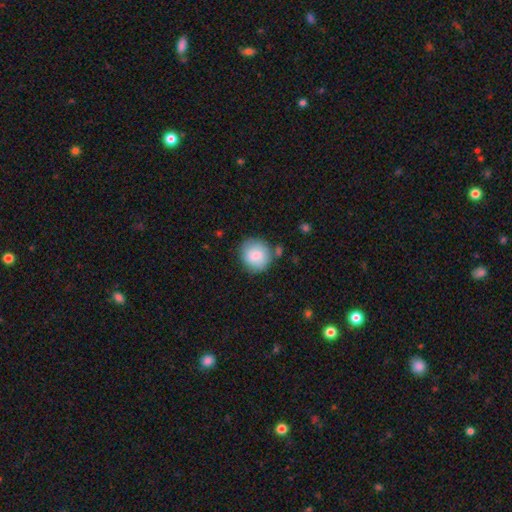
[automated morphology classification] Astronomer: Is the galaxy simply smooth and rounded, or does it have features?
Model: smooth — 84%.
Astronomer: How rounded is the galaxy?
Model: round — 88%.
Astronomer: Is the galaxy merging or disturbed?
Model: none — 74%.